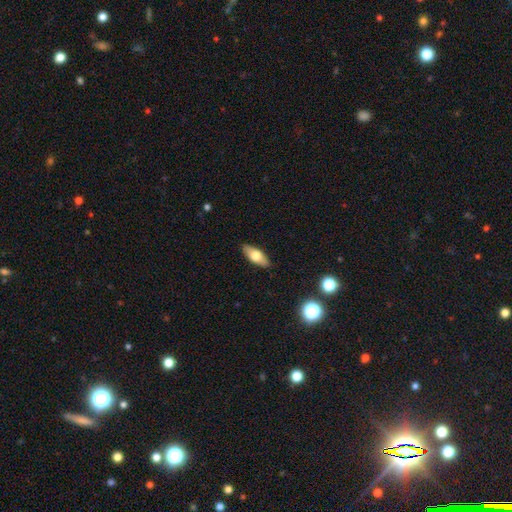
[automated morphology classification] Smooth or featured? smooth (66%)
How rounded? in between (77%)
Merging? none (88%)